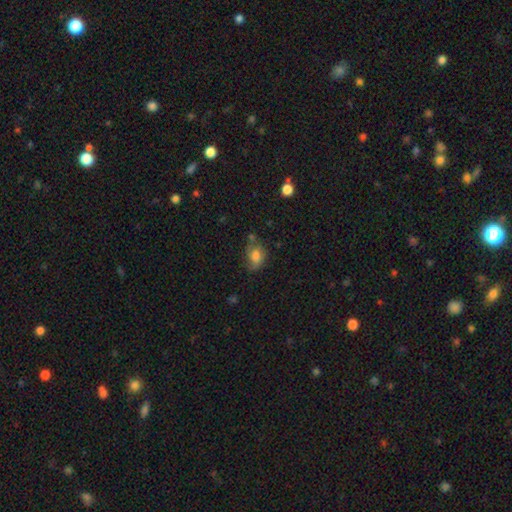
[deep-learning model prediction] Smooth or featured: smooth — 65% (featured or disk — 25%)
How rounded: in between — 73% (round — 25%)
Merging: none — 50% (minor disturbance — 31%)